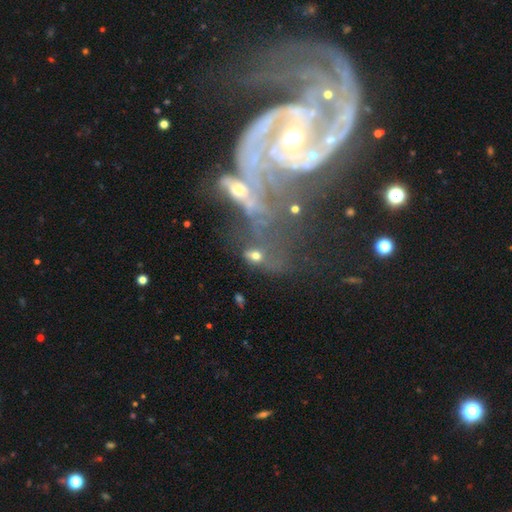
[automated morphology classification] This is marginally a smooth galaxy (45%). Merging: marginally none (33%).